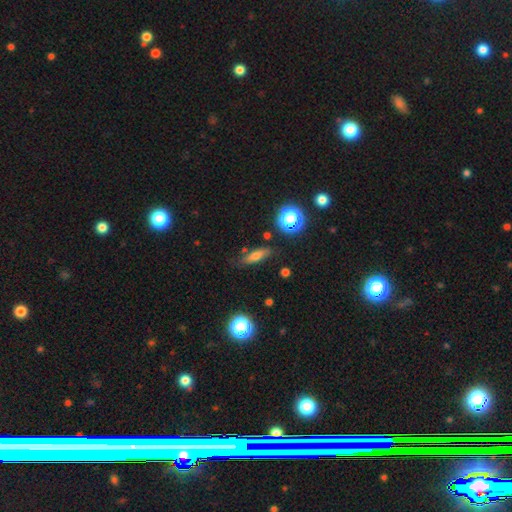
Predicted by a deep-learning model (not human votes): smooth-or-featured: smooth: 62% | featured or disk: 24% | star or artifact: 14%
  how-rounded: cigar-shaped: 52% | in between: 41% | round: 7%
  merging: none: 78% | minor disturbance: 15% | major disturbance: 4% | merger: 3%